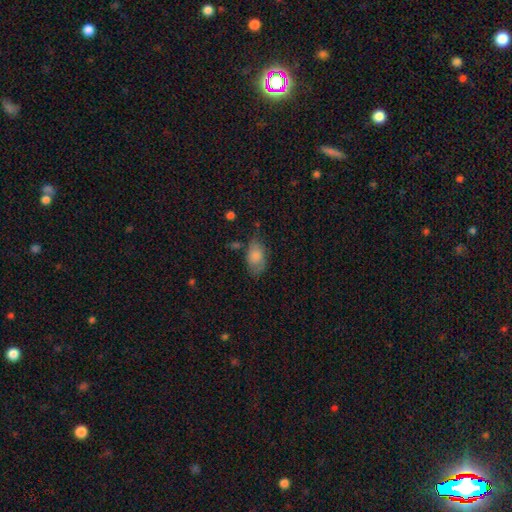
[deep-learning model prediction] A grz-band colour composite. It shows a smooth galaxy with no disk features (76%) that is in between round and cigar-shaped (91%). Merging: none (57%).